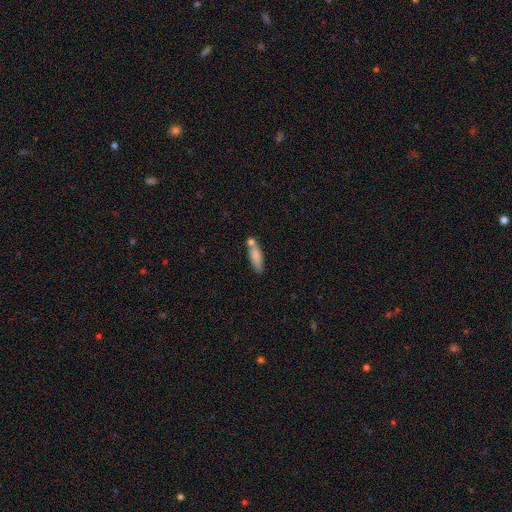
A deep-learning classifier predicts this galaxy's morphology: The model was most divided on "how rounded": cigar-shaped: 58%, in between: 39%, round: 2%. More confident: smooth or featured — smooth (80%); merging — none (58%).